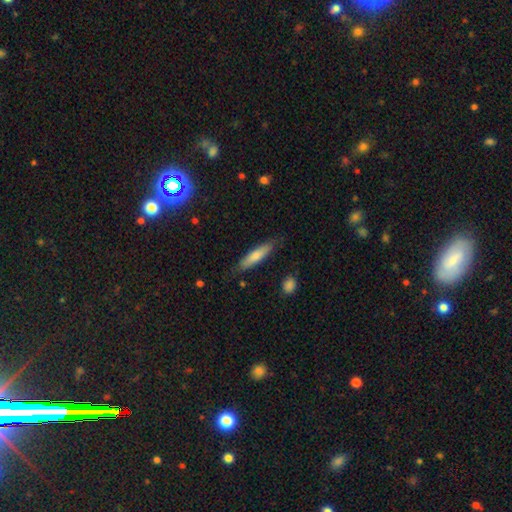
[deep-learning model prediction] Morphology: type=smooth (73%); roundness=cigar-shaped (79%); merging=none (81%).